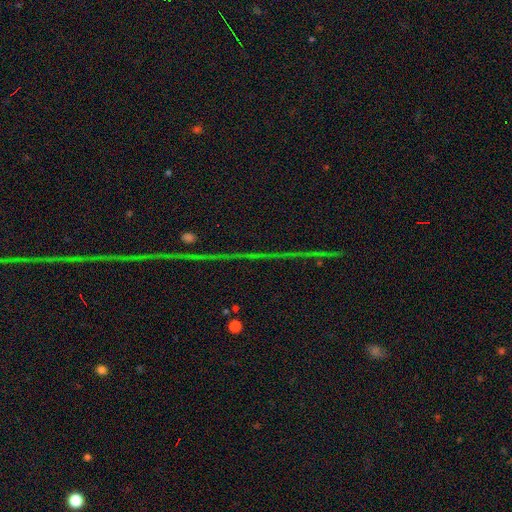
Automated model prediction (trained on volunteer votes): Smooth or featured: star or artifact — 86% (featured or disk — 8%)